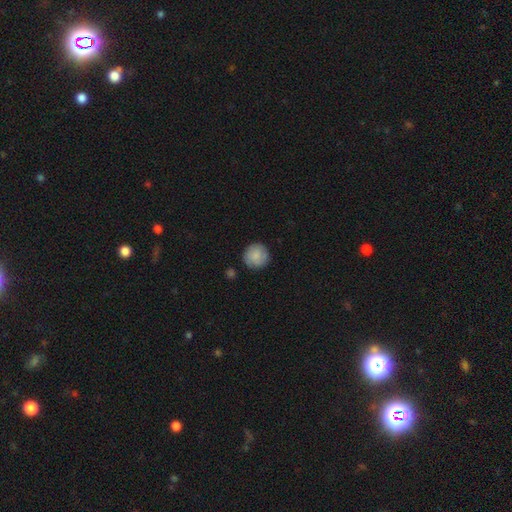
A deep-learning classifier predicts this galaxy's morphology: Smooth or featured: smooth — 81% (featured or disk — 13%)
How rounded: round — 94% (in between — 5%)
Merging: none — 84% (minor disturbance — 11%)